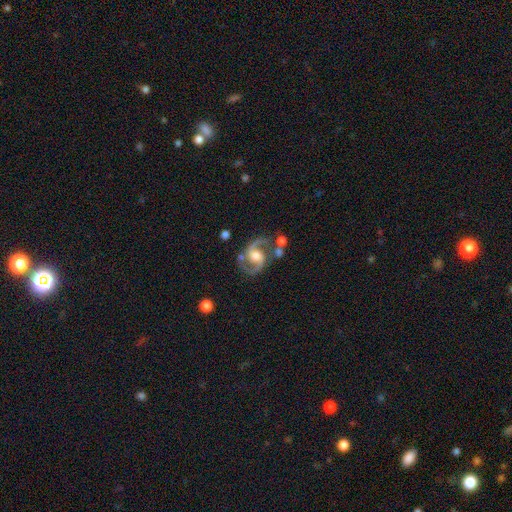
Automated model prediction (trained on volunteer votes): Overall: featured or disk (91%). Edge-on disk: no (98%). Bar: no (46%; weak 39%). Spiral arms: yes (98%). Spiral arm count: 2 (94%). Spiral winding: medium (64%). Bulge size: moderate (60%; large 21%). Merging: none (69%).